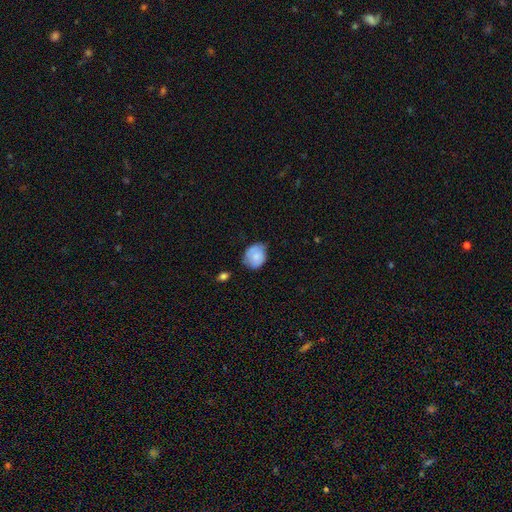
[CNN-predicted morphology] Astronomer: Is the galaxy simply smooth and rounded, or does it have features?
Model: smooth — 77%.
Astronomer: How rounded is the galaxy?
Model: round — 59% (runner-up: in between, 40%).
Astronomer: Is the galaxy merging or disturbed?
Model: none — 57% (runner-up: minor disturbance, 35%).